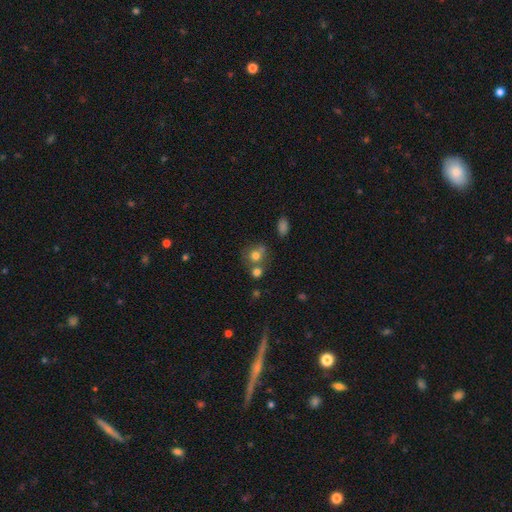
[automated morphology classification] This is likely a smooth galaxy (73%). How rounded: likely round (76%). Merging: possibly none (48%).